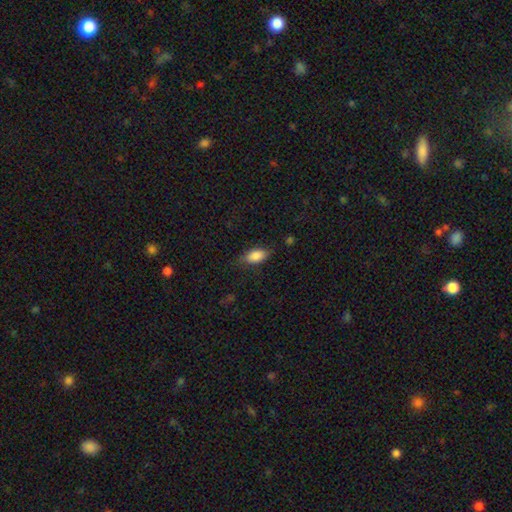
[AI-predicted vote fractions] smooth 86%, featured or disk 7%, star or artifact 7%. Down the decision tree: how rounded — in between (90%); merging — none (77%).